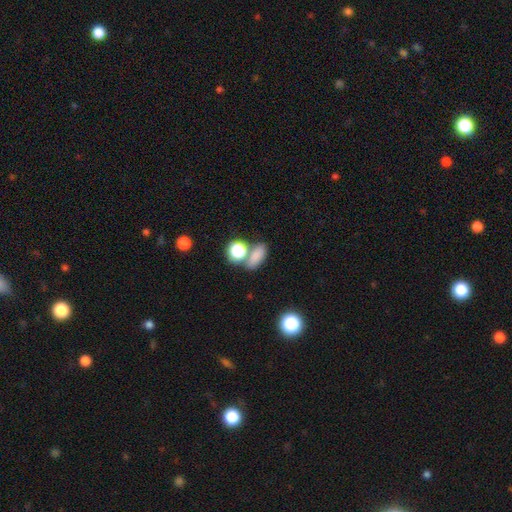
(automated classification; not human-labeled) Smooth or featured?
  - smooth: 77% *
  - star or artifact: 15%
  - featured or disk: 8%
How rounded?
  - in between: 71% *
  - round: 20%
  - cigar-shaped: 8%
Merging?
  - none: 62% *
  - merger: 21%
  - minor disturbance: 12%
  - major disturbance: 5%